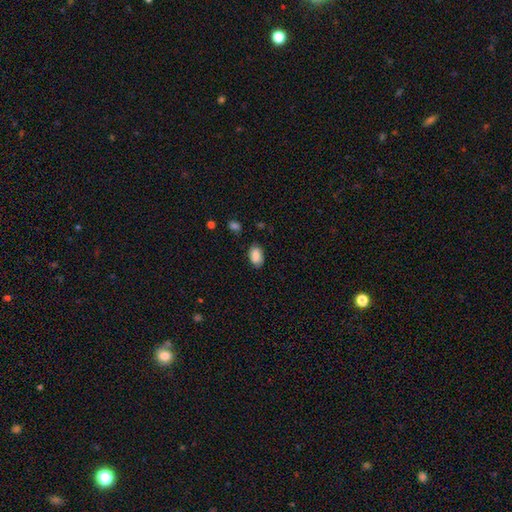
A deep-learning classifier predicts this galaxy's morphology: This is clearly a smooth galaxy (87%). How rounded: clearly in between (92%). Merging: clearly none (82%).